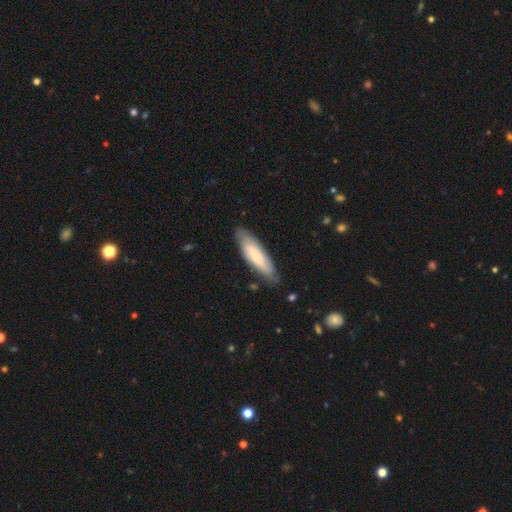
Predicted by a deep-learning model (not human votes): Smooth or featured? smooth (61%)
How rounded? cigar-shaped (62%)
Merging? none (80%)